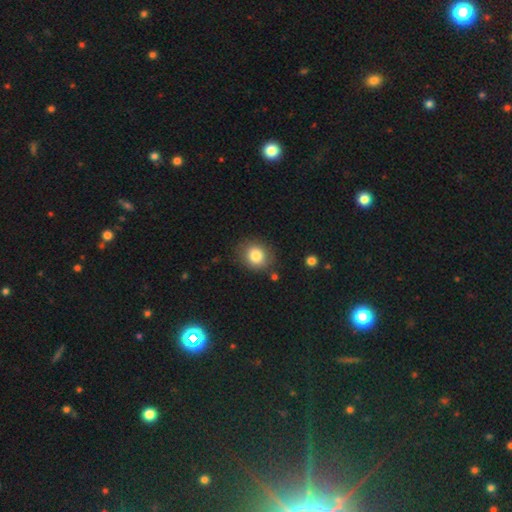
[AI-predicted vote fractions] The model was most divided on "how rounded": round: 75%, in between: 24%, cigar-shaped: 1%. More confident: smooth or featured — smooth (82%); merging — none (82%).